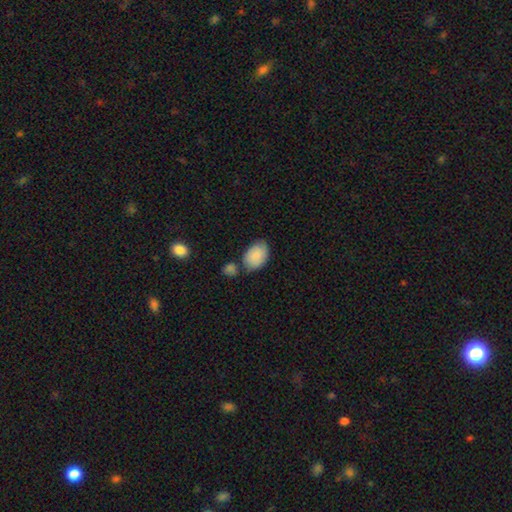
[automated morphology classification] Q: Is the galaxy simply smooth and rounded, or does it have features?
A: smooth — 87%.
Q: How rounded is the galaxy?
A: in between — 87%.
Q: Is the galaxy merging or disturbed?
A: none — 60%.